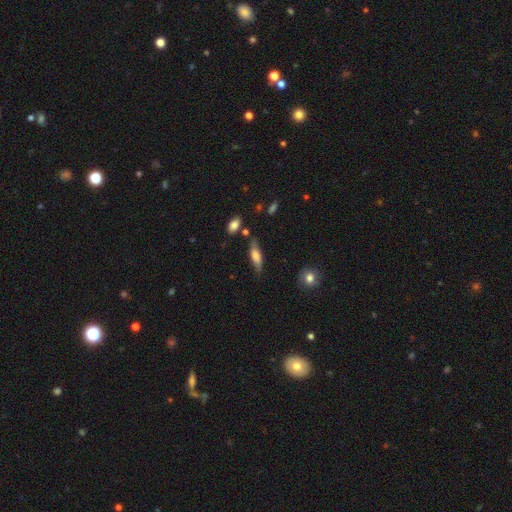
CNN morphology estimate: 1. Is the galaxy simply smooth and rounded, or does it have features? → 63% smooth, 30% featured or disk, 7% star or artifact.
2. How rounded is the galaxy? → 50% cigar-shaped, 47% in between, 3% round.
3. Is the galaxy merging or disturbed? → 70% none, 21% minor disturbance, 5% major disturbance, 4% merger.